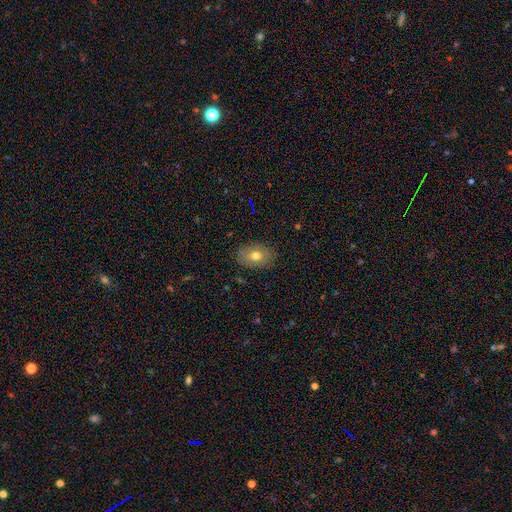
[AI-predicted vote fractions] Morphology: type=smooth (74%); roundness=in between (79%); merging=none (86%).